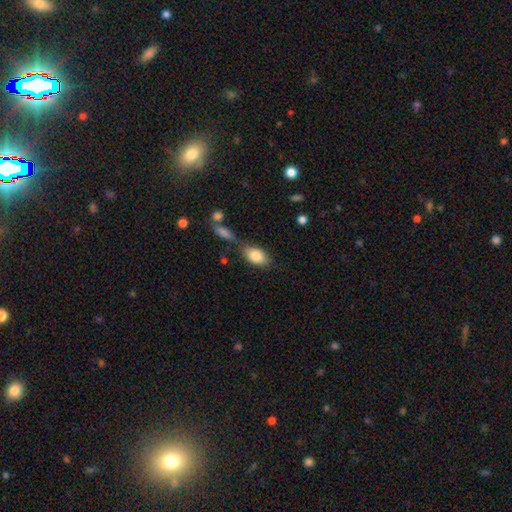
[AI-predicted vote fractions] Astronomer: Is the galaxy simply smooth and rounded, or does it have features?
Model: smooth — 84%.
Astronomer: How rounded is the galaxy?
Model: in between — 91%.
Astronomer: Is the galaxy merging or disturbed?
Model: none — 58%.